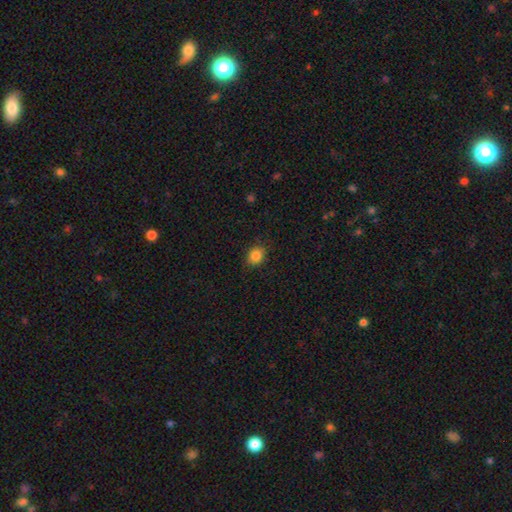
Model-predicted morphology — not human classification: This is clearly a smooth galaxy (84%). How rounded: possibly round (60%). Merging: clearly none (86%).